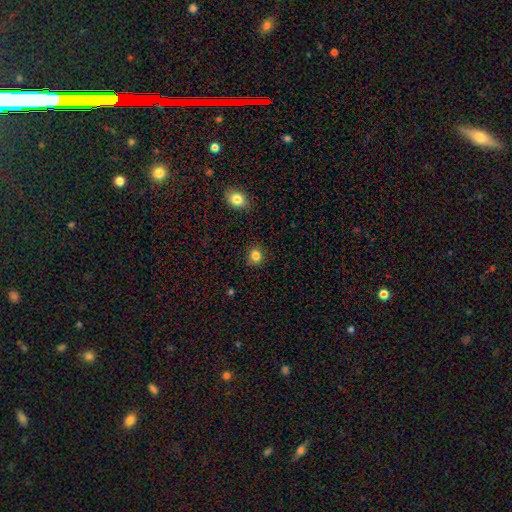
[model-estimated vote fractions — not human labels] Smooth or featured: smooth — 83% (star or artifact — 11%)
How rounded: round — 69% (in between — 30%)
Merging: none — 87% (minor disturbance — 10%)